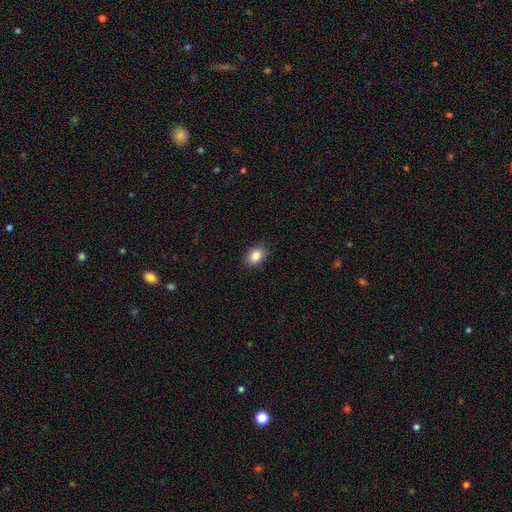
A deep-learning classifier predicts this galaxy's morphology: Smooth or featured? smooth (86%)
How rounded? in between (66%)
Merging? none (87%)